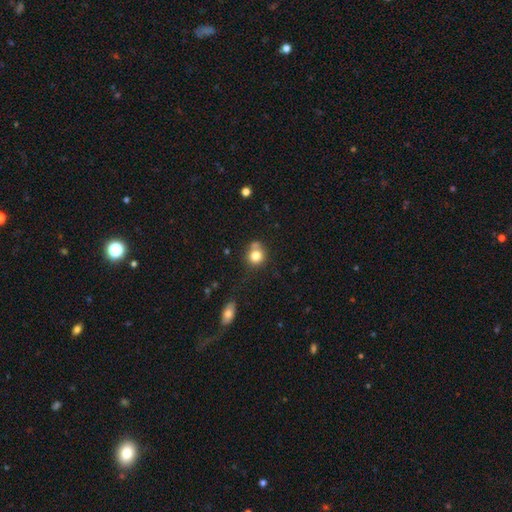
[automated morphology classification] This is likely a smooth galaxy (79%). How rounded: clearly round (85%). Merging: possibly none (57%).